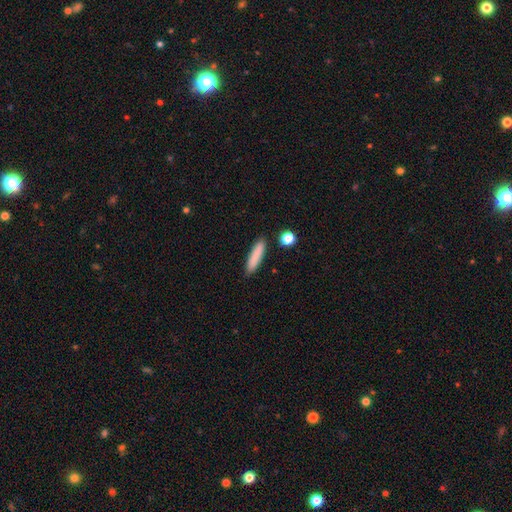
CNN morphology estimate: Smooth or featured? smooth (85%)
How rounded? cigar-shaped (81%)
Merging? none (87%)